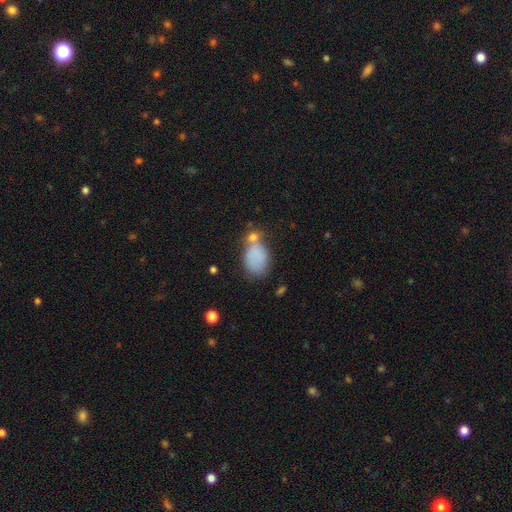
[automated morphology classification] Smooth or featured? Predicted: smooth (p=0.78). How rounded? Predicted: in between (p=0.78). Merging? Predicted: none (p=0.39).